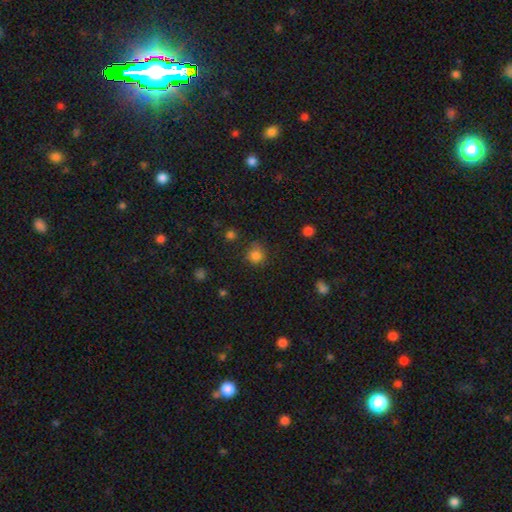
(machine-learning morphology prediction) A smooth galaxy with no disk features (81%) that is round (84%).

Vote fractions:
- Smooth or featured? smooth: 81% / star or artifact: 14% / featured or disk: 5%
- How rounded? round: 84% / in between: 15% / cigar-shaped: 1%
- Merging? none: 70% / minor disturbance: 21% / major disturbance: 6% / merger: 3%